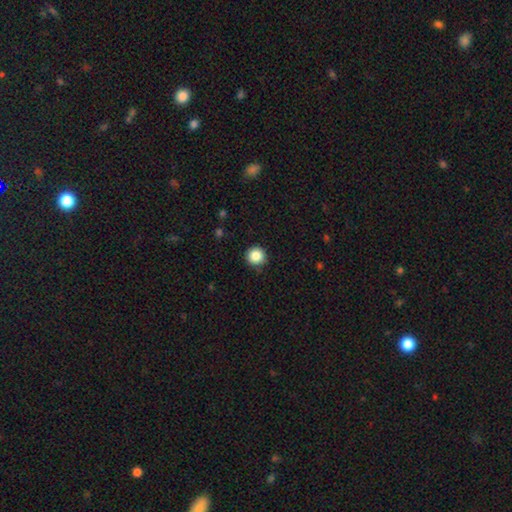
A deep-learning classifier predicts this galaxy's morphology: Smooth or featured? Predicted: smooth (p=0.86). How rounded? Predicted: round (p=0.95). Merging? Predicted: none (p=0.91).